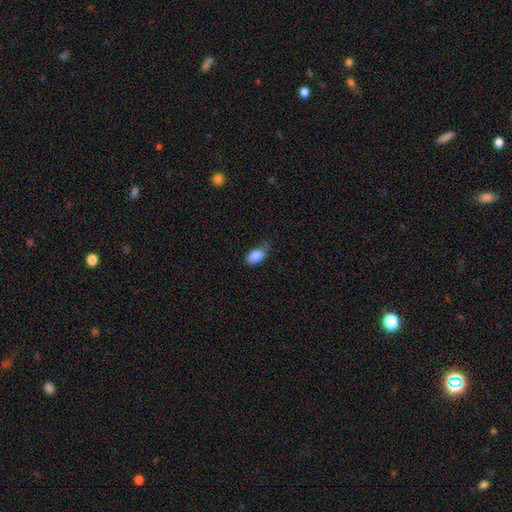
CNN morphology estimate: A smooth galaxy with no disk features (85%) that is in between round and cigar-shaped (88%). Merging: none (53%).